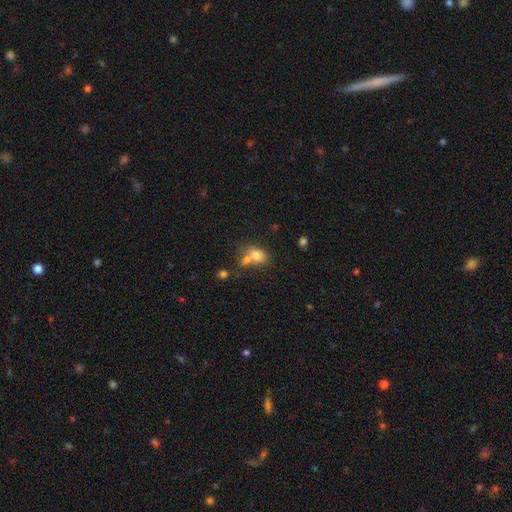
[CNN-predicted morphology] This appears to be a smooth galaxy with no disk features (77%) that is in between round and cigar-shaped (69%). Merging: merger (50%).